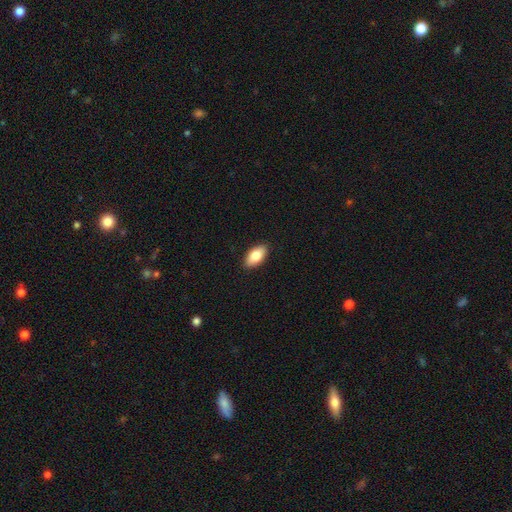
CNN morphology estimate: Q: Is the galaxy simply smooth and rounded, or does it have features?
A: smooth — 82%.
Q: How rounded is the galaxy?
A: in between — 92%.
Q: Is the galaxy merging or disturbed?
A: none — 90%.